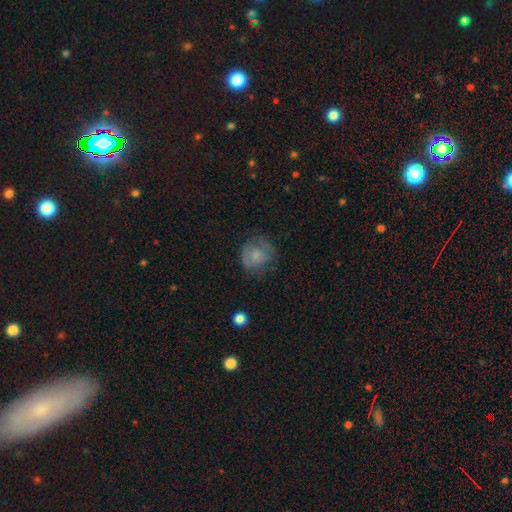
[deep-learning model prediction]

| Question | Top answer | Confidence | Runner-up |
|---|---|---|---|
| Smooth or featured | smooth | 65% | featured or disk (26%) |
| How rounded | round | 83% | in between (16%) |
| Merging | none | 62% | minor disturbance (23%) |